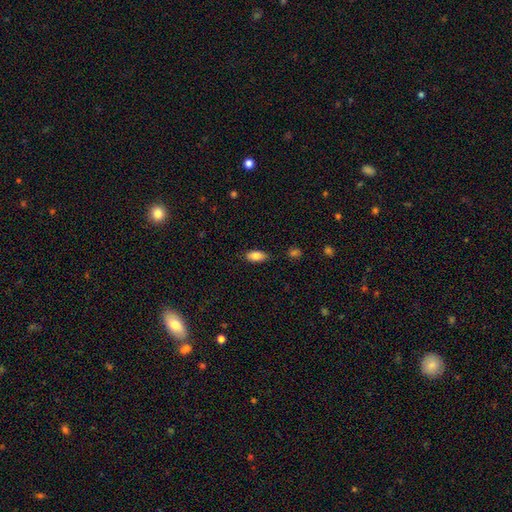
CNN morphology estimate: A smooth galaxy with no disk features (85%) that is in between round and cigar-shaped (89%).

Vote fractions:
- Smooth or featured? smooth: 85% / star or artifact: 7% / featured or disk: 7%
- How rounded? in between: 89% / cigar-shaped: 8% / round: 3%
- Merging? none: 82% / minor disturbance: 14% / major disturbance: 3% / merger: 2%